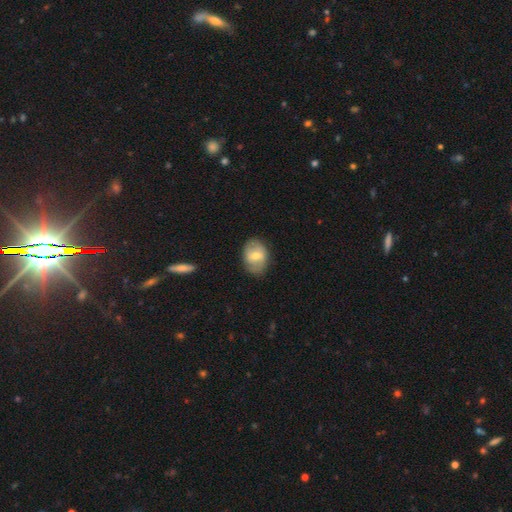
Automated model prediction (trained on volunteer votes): Overall: smooth (52%; featured or disk 41%). How rounded: in between (71%). Merging: none (78%).